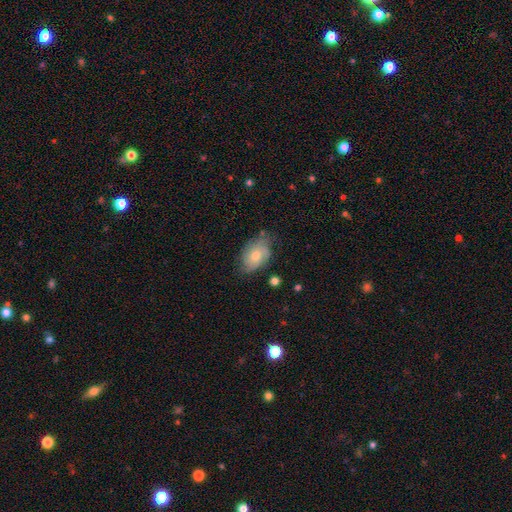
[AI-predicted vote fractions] This is possibly a featured or disk galaxy (49%). Merging: likely none (64%).